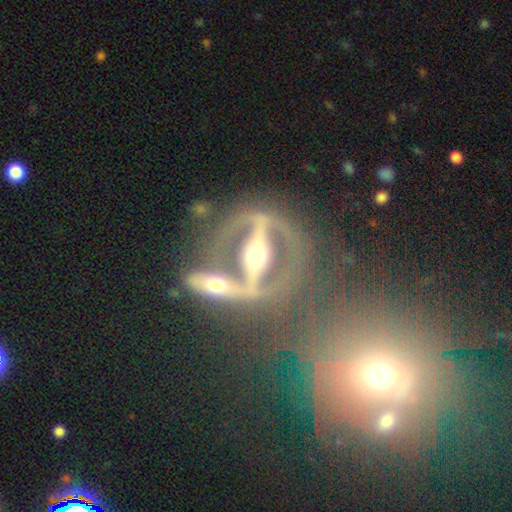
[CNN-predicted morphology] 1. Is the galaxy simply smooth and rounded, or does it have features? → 55% featured or disk, 27% star or artifact, 18% smooth.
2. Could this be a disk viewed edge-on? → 77% no, 23% yes.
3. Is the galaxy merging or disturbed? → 46% none, 33% merger, 12% minor disturbance, 10% major disturbance.